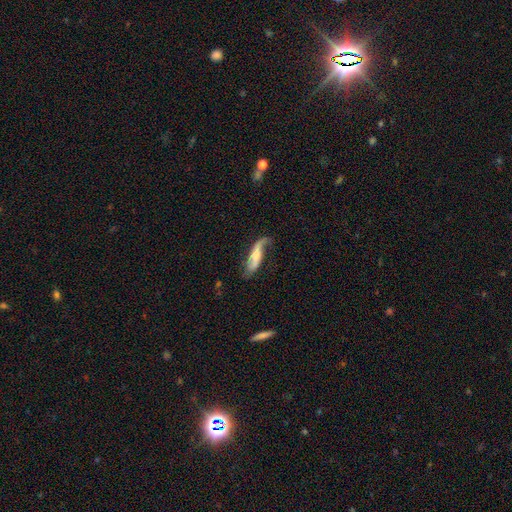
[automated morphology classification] smooth-or-featured: featured or disk: 66% | smooth: 28% | star or artifact: 6%
  disk-edge-on: no: 77% | yes: 23%
    bar: no: 46% | weak: 32% | strong: 22%
    has-spiral-arms: yes: 88% | no: 12%
    bulge-size: moderate: 49% | small: 39% | none: 5% | large: 5% | dominant: 2%
  merging: none: 51% | minor disturbance: 28% | major disturbance: 19% | merger: 3%